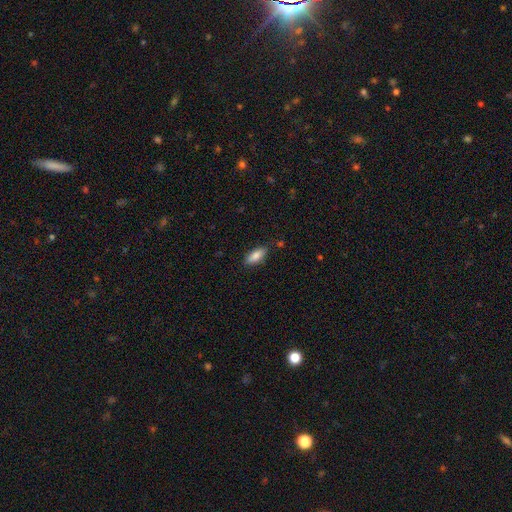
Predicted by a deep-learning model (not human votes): smooth 84%, featured or disk 9%, star or artifact 7%. Down the decision tree: how rounded — in between (77%); merging — none (83%).